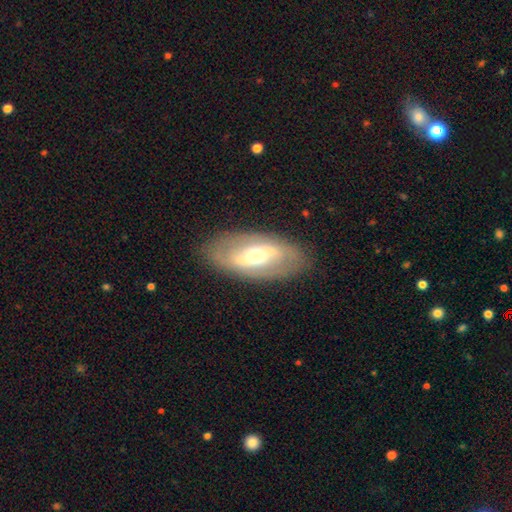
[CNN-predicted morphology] This is likely a featured or disk galaxy (66%). It is clearly not viewed edge-on (87%). Bar: possibly strong (47%). Spiral arm pattern: possibly no (50%, tied with yes). Central bulge: likely moderate (67%). Merging: clearly none (84%).